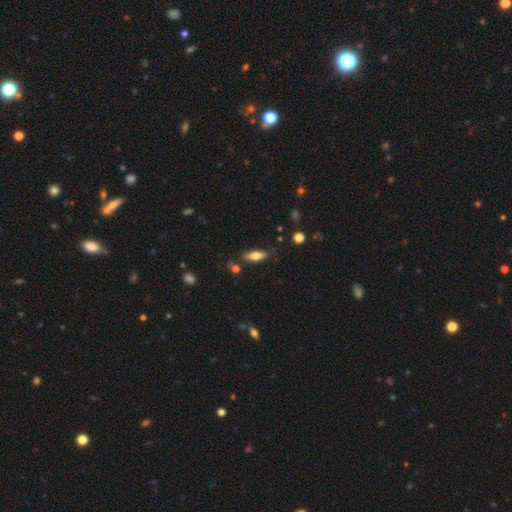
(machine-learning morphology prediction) Smooth or featured: smooth — 68% (featured or disk — 25%)
How rounded: in between — 62% (cigar-shaped — 36%)
Merging: none — 78% (minor disturbance — 15%)